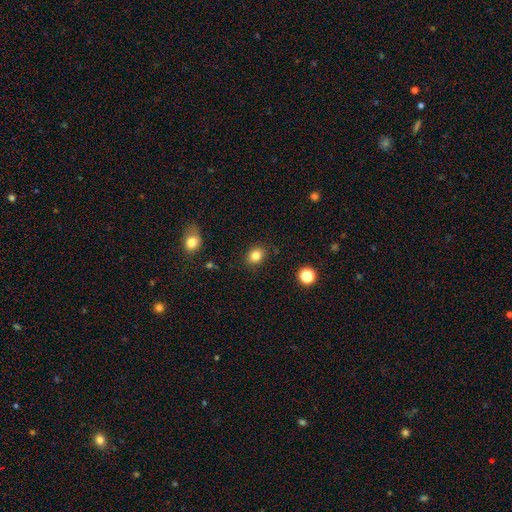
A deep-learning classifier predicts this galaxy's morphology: This is clearly a smooth galaxy (83%). How rounded: possibly round (51%). Merging: clearly none (87%).